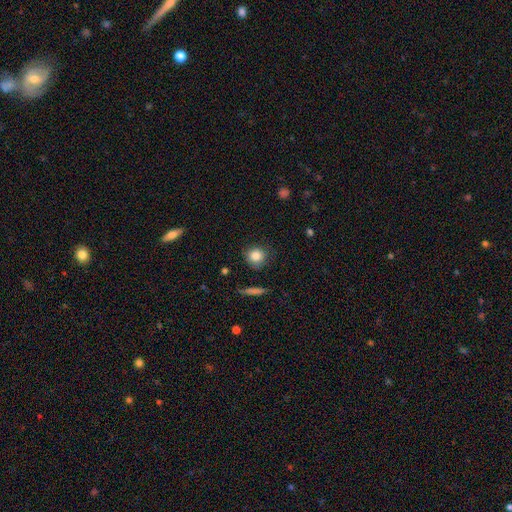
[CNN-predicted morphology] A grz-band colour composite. It shows a smooth galaxy with no disk features (85%) that is round (88%). Merging: none (83%).